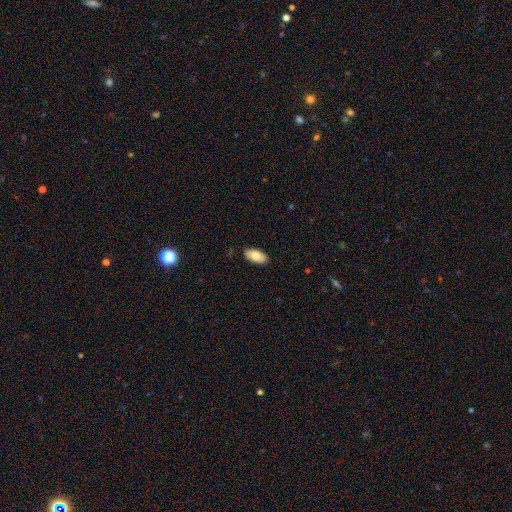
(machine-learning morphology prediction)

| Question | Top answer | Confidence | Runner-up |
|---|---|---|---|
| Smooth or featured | smooth | 78% | featured or disk (16%) |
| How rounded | in between | 94% | cigar-shaped (3%) |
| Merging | none | 87% | minor disturbance (10%) |